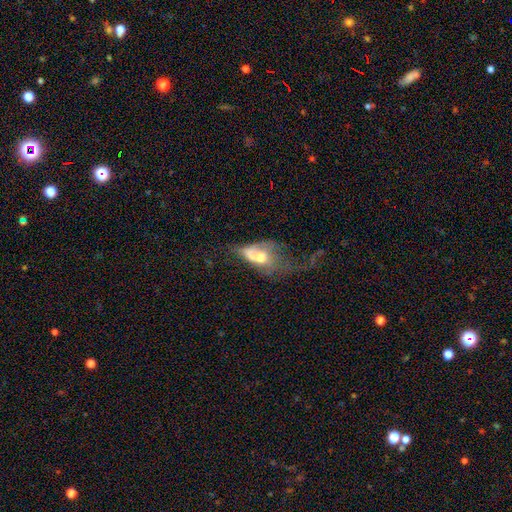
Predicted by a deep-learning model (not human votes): This appears to be a smooth galaxy with no disk features (47%). Merging: major disturbance (43%).